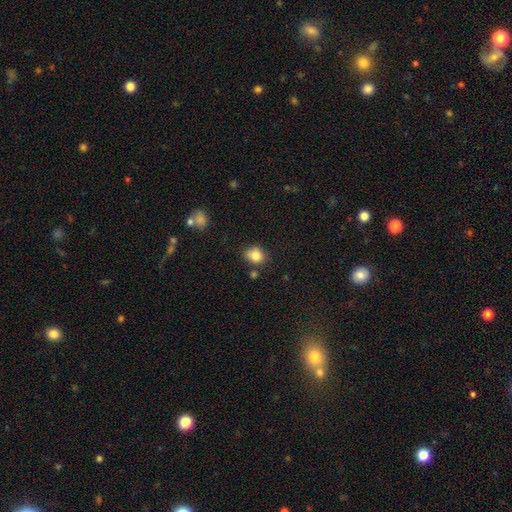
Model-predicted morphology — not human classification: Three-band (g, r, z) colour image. It shows a smooth galaxy with no disk features (82%) that is round (62%). Merging: none (67%).